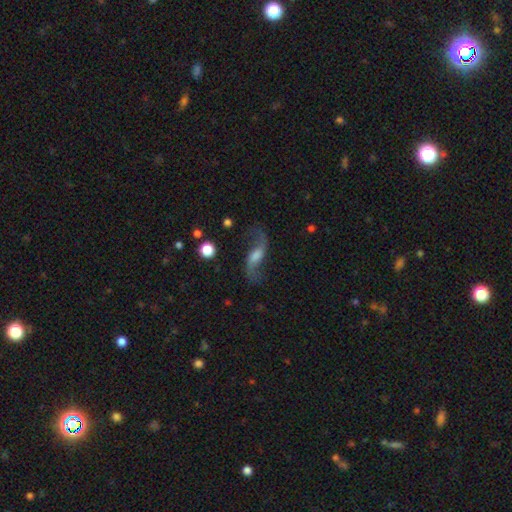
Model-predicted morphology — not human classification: This appears to be a featured or disk galaxy (81%) with a weak bar (44%), 2 (93%) loose (89%) spiral arms (95%) and a moderate central bulge (34%). Merging: none (75%).